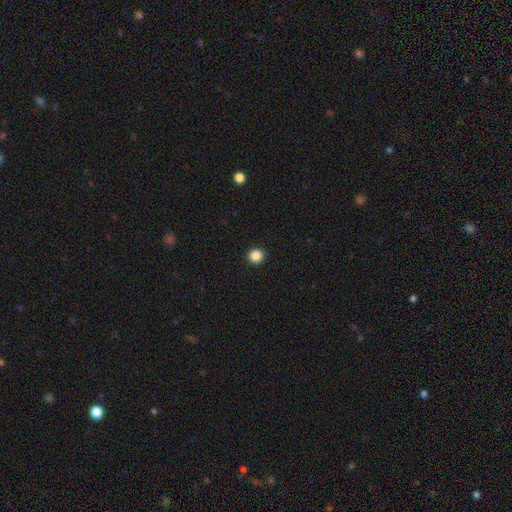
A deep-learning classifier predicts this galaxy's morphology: A smooth galaxy with no disk features (87%) that is round (92%). Merging: none (94%).